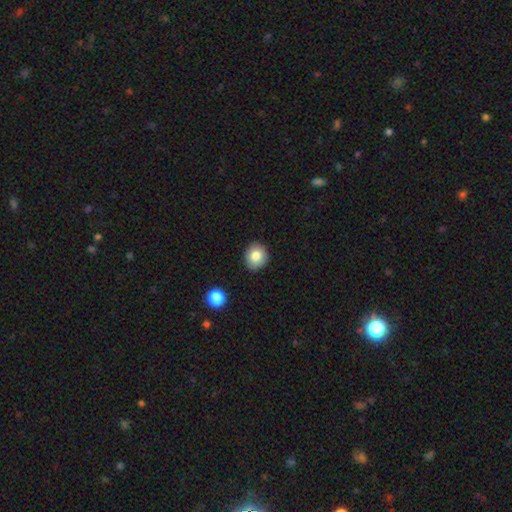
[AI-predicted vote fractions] Morphology: type=smooth (81%); roundness=round (72%); merging=none (88%).